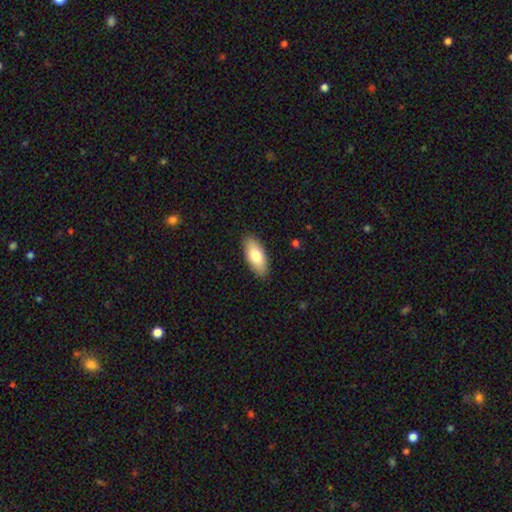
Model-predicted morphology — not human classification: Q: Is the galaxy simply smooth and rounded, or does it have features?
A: smooth — 78%.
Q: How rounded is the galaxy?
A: in between — 87%.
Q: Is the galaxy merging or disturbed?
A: none — 89%.